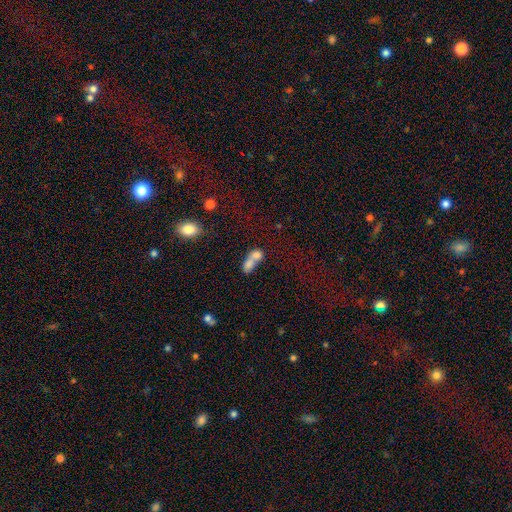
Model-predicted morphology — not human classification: A smooth galaxy with no disk features (72%) that is in between round and cigar-shaped (63%).

Vote fractions:
- Smooth or featured? smooth: 72% / featured or disk: 17% / star or artifact: 10%
- How rounded? in between: 63% / round: 31% / cigar-shaped: 6%
- Merging? merger: 73% / none: 17% / minor disturbance: 6% / major disturbance: 5%